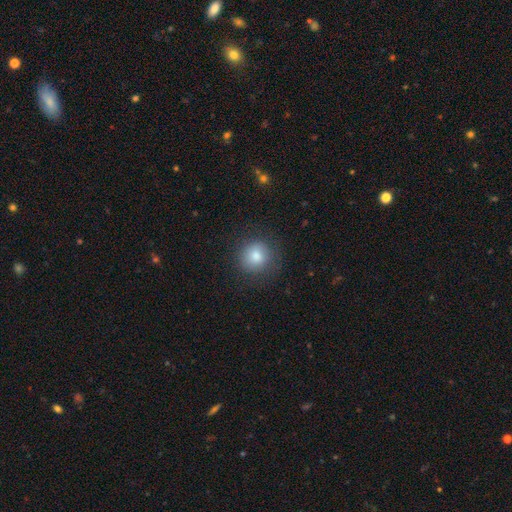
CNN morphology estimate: smooth_or_featured: smooth (p=0.80) [alt: star or artifact p=0.11]
how_rounded: round (p=0.90) [alt: in between p=0.09]
merging: none (p=0.84) [alt: minor disturbance p=0.11]